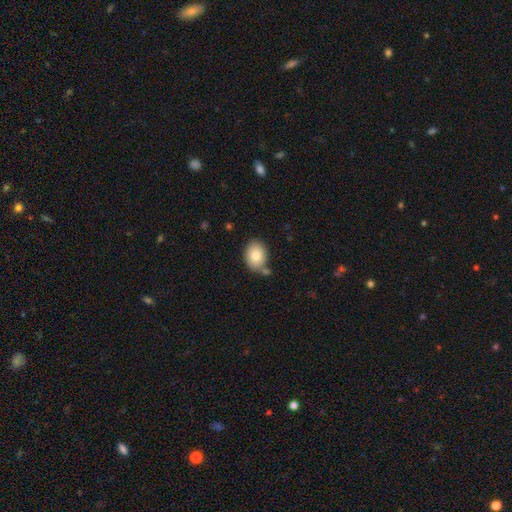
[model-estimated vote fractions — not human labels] Smooth or featured? smooth (81%)
How rounded? in between (62%)
Merging? none (71%)